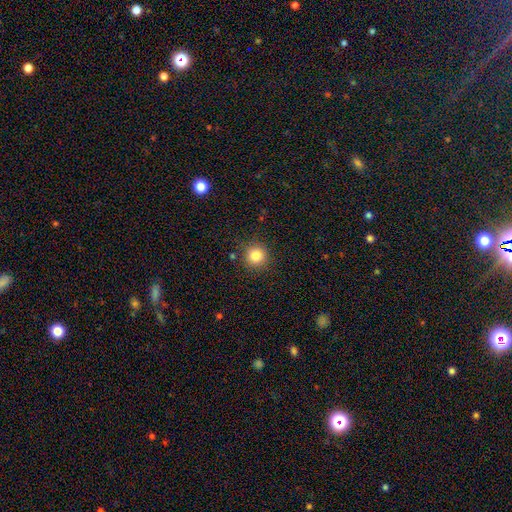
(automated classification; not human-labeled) This is clearly a smooth galaxy (83%). How rounded: clearly round (94%). Merging: clearly none (88%).